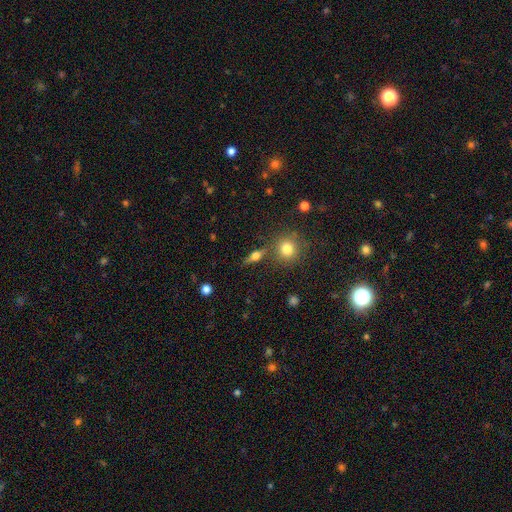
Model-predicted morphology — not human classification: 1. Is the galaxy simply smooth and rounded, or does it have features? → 47% smooth, 41% featured or disk, 12% star or artifact.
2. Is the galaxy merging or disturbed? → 77% none, 11% minor disturbance, 8% merger, 4% major disturbance.